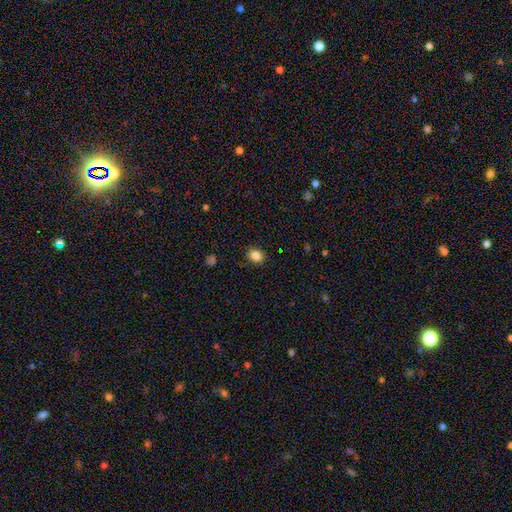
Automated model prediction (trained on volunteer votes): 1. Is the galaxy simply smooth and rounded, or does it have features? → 85% smooth, 10% star or artifact, 5% featured or disk.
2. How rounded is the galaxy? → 51% round, 48% in between, 1% cigar-shaped.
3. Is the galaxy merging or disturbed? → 88% none, 9% minor disturbance, 2% major disturbance, 1% merger.